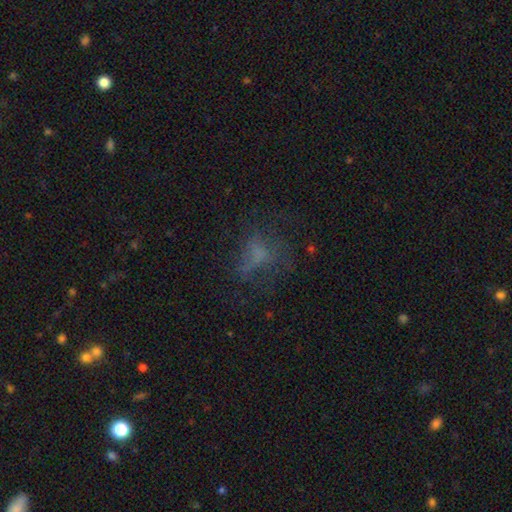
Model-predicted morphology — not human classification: Overall: smooth (41%; featured or disk 30%). Merging: none (47%; major disturbance 32%).